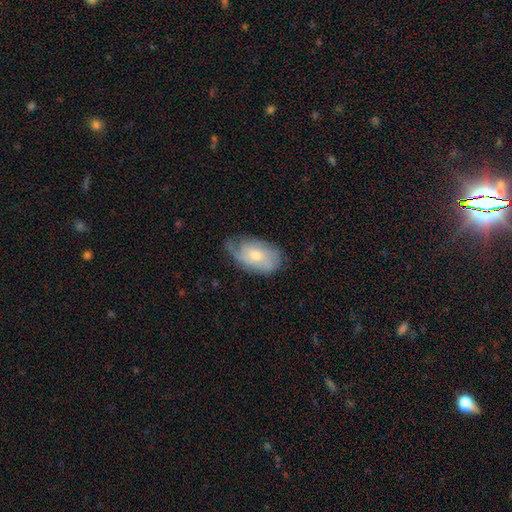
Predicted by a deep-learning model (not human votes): Morphology: type=featured or disk (50%); merging=none (52%).